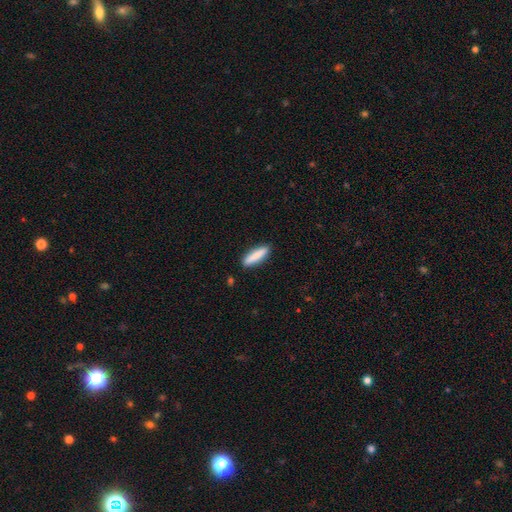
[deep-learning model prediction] Smooth or featured? Predicted: smooth (p=0.84). How rounded? Predicted: cigar-shaped (p=0.75). Merging? Predicted: none (p=0.89).